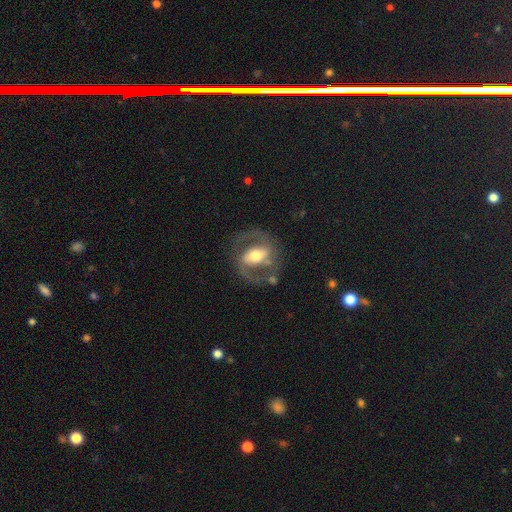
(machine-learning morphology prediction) Smooth or featured? featured or disk (80%)
Edge-on disk? no (96%)
Bar? strong (45%)
Spiral arms? yes (83%)
Spiral winding? medium (56%)
Spiral arm count? 2 (89%)
Bulge size? moderate (64%)
Merging? none (70%)